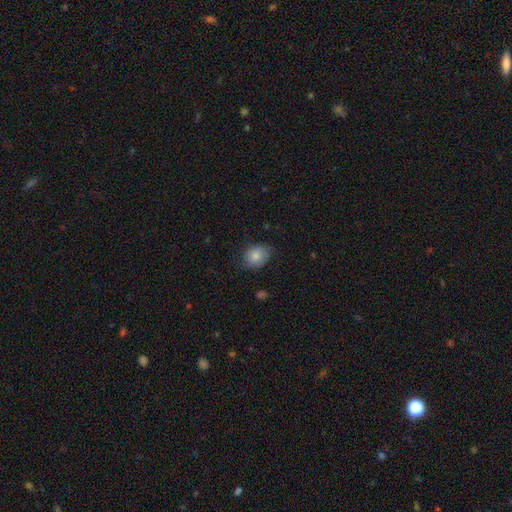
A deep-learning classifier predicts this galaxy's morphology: Smooth or featured: smooth — 82% (featured or disk — 11%)
How rounded: in between — 52% (round — 47%)
Merging: none — 73% (minor disturbance — 22%)